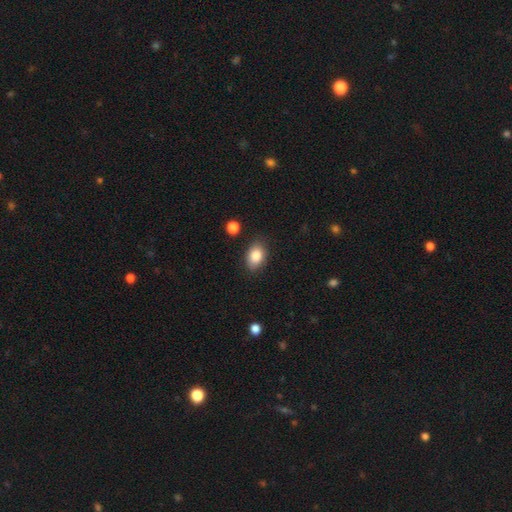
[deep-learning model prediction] A smooth galaxy with no disk features (85%) that is in between round and cigar-shaped (84%).

Vote fractions:
- Smooth or featured? smooth: 85% / star or artifact: 8% / featured or disk: 7%
- How rounded? in between: 84% / round: 15% / cigar-shaped: 1%
- Merging? none: 82% / minor disturbance: 13% / major disturbance: 3% / merger: 2%